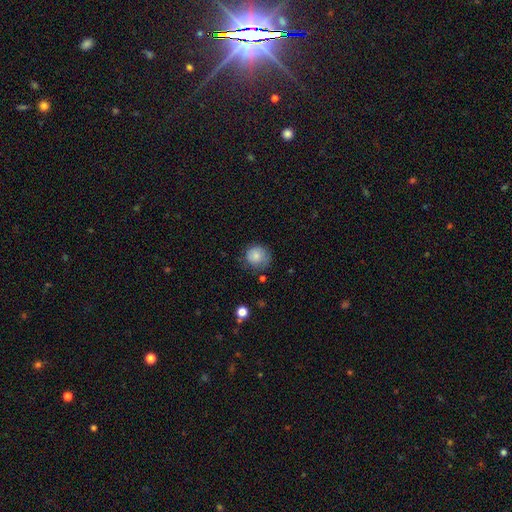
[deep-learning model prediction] The model was most divided on "merging": none: 68%, minor disturbance: 24%, major disturbance: 6%, merger: 2%. More confident: how rounded — round (87%); smooth or featured — smooth (81%).